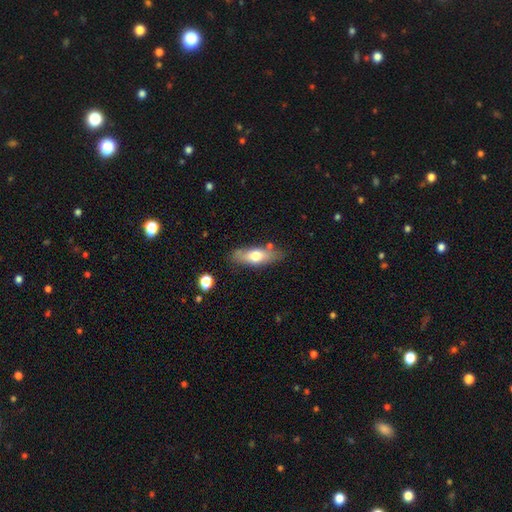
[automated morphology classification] This is likely a smooth galaxy (62%). How rounded: likely in between (62%). Merging: likely none (76%).